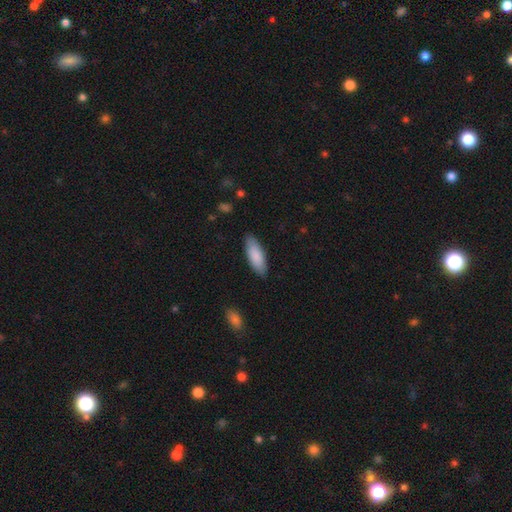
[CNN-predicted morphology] Smooth or featured?
  - smooth: 87% *
  - featured or disk: 8%
  - star or artifact: 5%
How rounded?
  - in between: 66% *
  - cigar-shaped: 33%
  - round: 1%
Merging?
  - none: 86% *
  - minor disturbance: 11%
  - major disturbance: 2%
  - merger: 1%